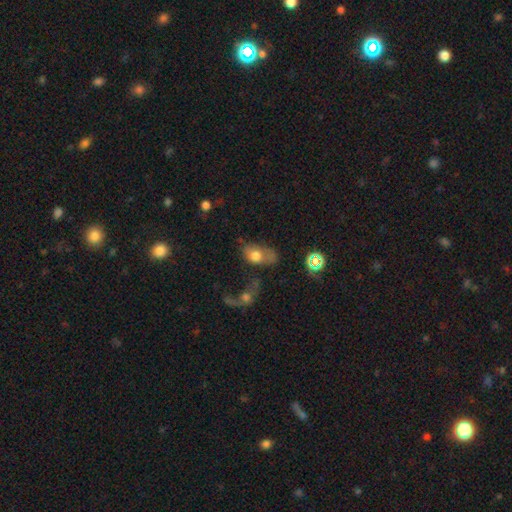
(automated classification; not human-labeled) A smooth galaxy with no disk features (63%) that is in between round and cigar-shaped (82%).

Vote fractions:
- Smooth or featured? smooth: 63% / featured or disk: 25% / star or artifact: 12%
- How rounded? in between: 82% / round: 16% / cigar-shaped: 3%
- Merging? none: 30% / major disturbance: 28% / merger: 21% / minor disturbance: 21%